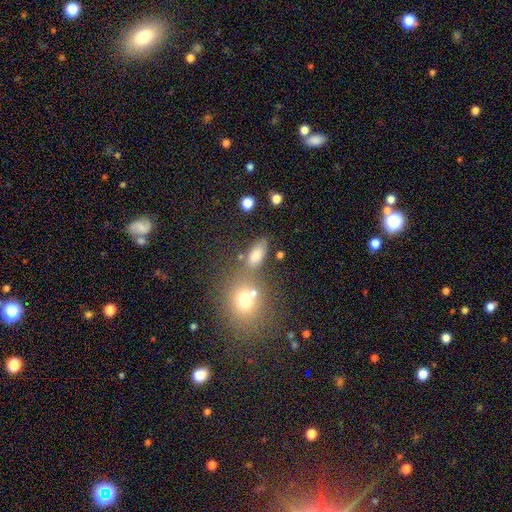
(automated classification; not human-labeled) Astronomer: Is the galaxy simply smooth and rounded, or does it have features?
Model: smooth — 74%.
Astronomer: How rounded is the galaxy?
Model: in between — 77%.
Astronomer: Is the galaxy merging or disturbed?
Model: none — 63%.